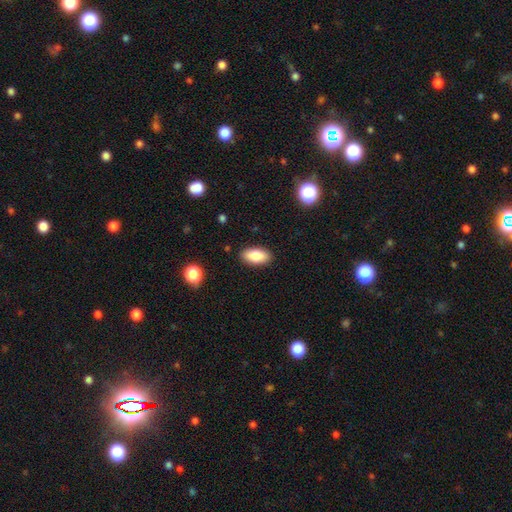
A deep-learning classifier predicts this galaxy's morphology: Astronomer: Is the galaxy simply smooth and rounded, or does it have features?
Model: smooth — 84%.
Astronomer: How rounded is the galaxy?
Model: in between — 91%.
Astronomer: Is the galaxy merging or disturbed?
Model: none — 89%.